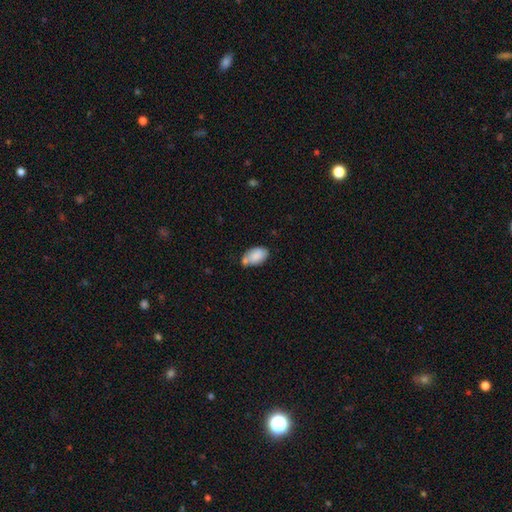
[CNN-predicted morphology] type=smooth (83%); roundness=in between (93%); merging=none (50%).